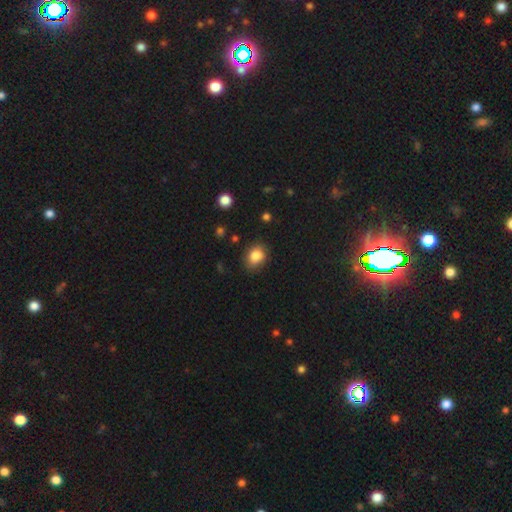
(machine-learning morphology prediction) Smooth or featured? smooth (85%)
How rounded? in between (55%)
Merging? none (77%)